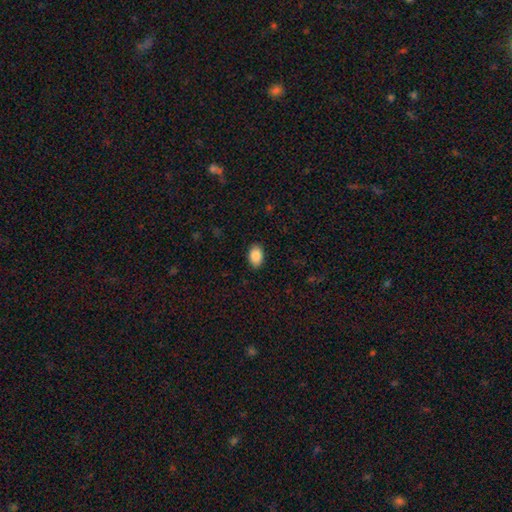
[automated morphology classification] smooth_or_featured: smooth (p=0.88) [alt: star or artifact p=0.07]
how_rounded: in between (p=0.90) [alt: round p=0.09]
merging: none (p=0.89) [alt: minor disturbance p=0.08]